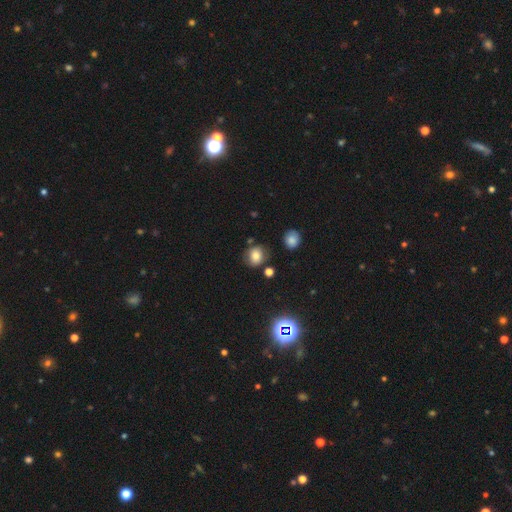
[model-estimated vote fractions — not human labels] This is likely a smooth galaxy (73%). How rounded: likely round (73%). Merging: likely none (73%).